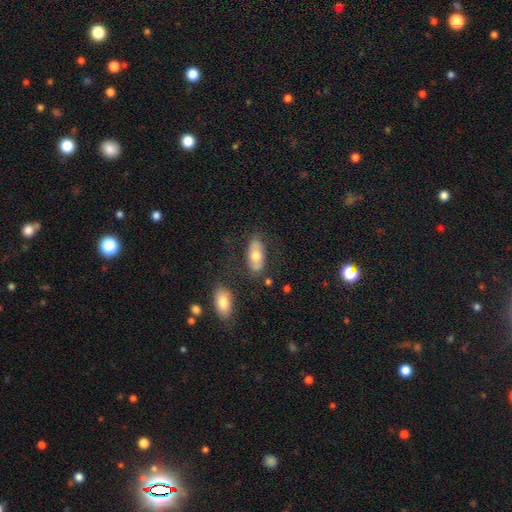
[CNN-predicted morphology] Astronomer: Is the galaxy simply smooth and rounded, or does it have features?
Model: smooth — 63%.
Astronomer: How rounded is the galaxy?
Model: in between — 88%.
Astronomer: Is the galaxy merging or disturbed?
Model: none — 74%.